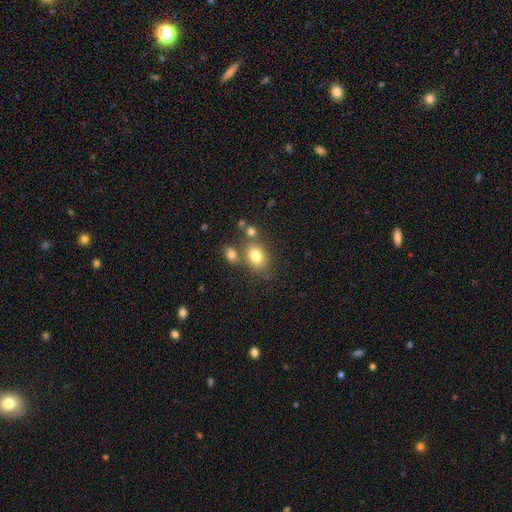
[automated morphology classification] Smooth or featured?
  - smooth: 78% *
  - star or artifact: 11%
  - featured or disk: 11%
How rounded?
  - in between: 64% *
  - round: 35%
  - cigar-shaped: 1%
Merging?
  - none: 61% *
  - merger: 21%
  - minor disturbance: 13%
  - major disturbance: 5%